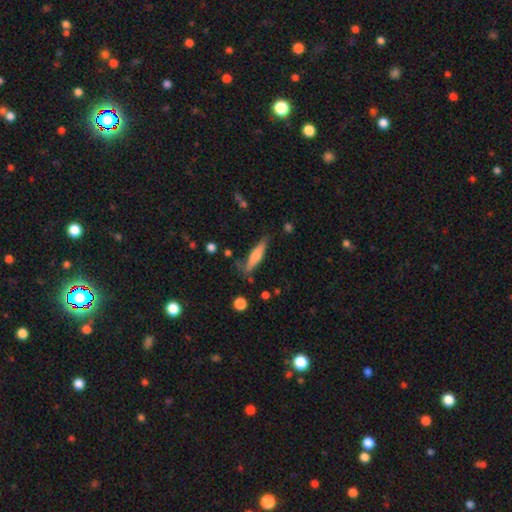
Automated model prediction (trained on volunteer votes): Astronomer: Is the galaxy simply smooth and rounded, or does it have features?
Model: smooth — 66%.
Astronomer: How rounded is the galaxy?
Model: cigar-shaped — 81%.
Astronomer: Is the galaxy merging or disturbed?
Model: none — 72%.